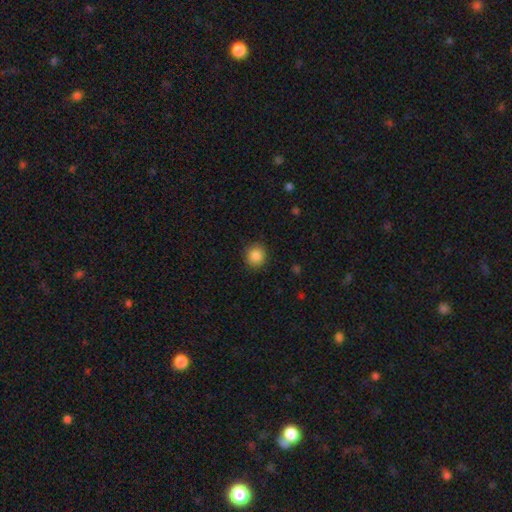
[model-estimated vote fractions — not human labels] smooth_or_featured: smooth (p=0.86) [alt: star or artifact p=0.10]
how_rounded: round (p=0.89) [alt: in between p=0.10]
merging: none (p=0.89) [alt: minor disturbance p=0.07]